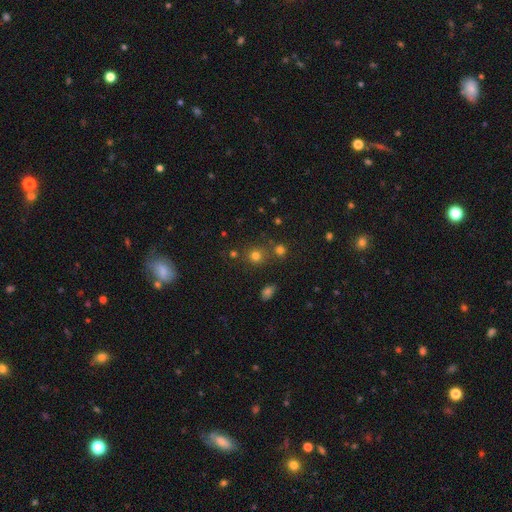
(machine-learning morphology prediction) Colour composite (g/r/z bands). It shows a smooth galaxy with no disk features (72%) that is round (88%). Merging: none (73%).